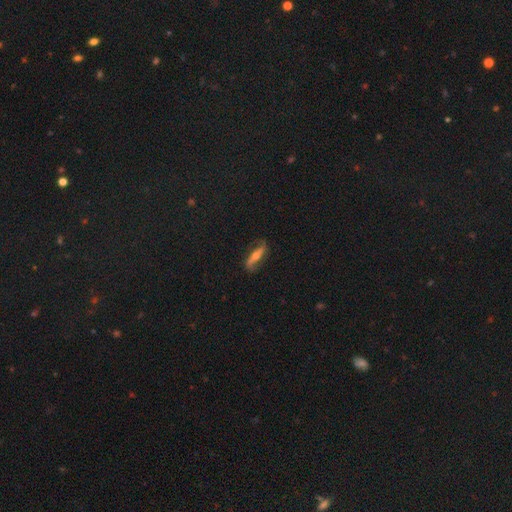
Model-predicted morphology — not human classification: This is likely a featured or disk galaxy (72%). It is likely not viewed edge-on (67%). Merging: likely none (76%).